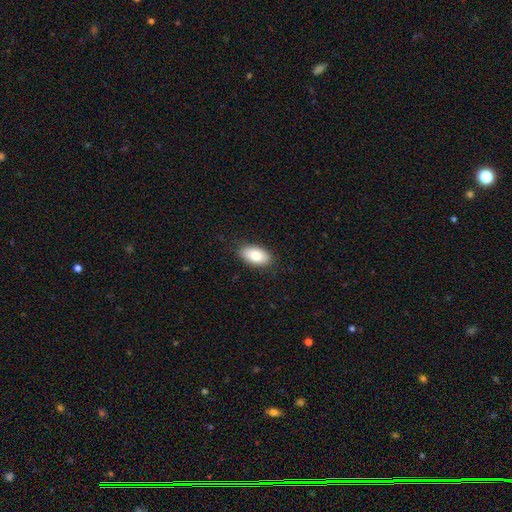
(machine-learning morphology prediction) Smooth or featured: smooth — 77% (featured or disk — 16%)
How rounded: in between — 93% (round — 5%)
Merging: none — 87% (minor disturbance — 10%)